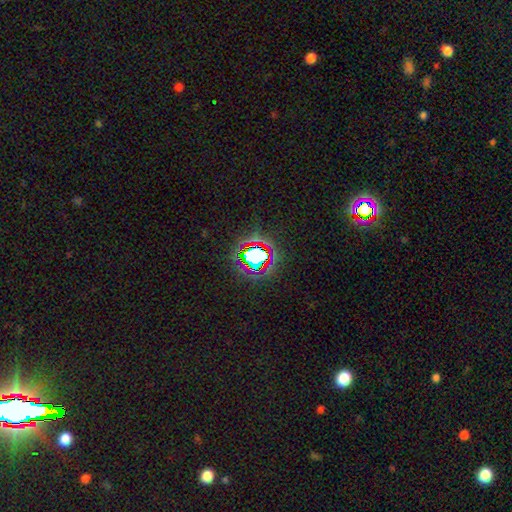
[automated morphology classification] star or artifact 61%, smooth 24%, featured or disk 15%.